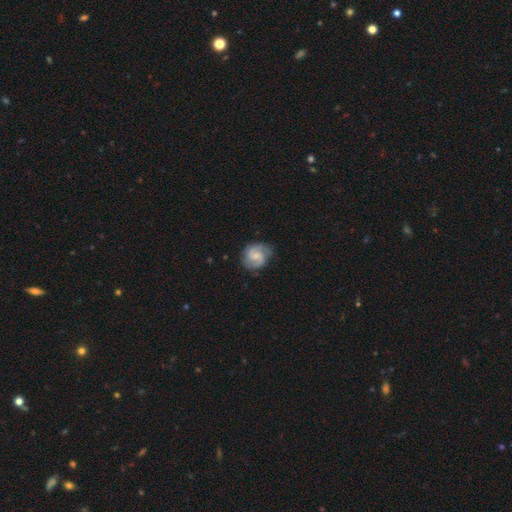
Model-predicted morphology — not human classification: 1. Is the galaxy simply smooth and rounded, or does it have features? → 82% featured or disk, 13% smooth, 5% star or artifact.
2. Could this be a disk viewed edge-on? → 98% no, 2% yes.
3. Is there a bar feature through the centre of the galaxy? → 51% weak, 40% no, 9% strong.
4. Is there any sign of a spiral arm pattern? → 97% yes, 3% no.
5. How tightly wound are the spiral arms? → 52% medium, 33% tight, 15% loose.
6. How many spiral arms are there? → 89% 2, 4% can't tell, 3% 3, 2% 1, 1% 4, 1% more than 4.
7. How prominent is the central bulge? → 54% small, 31% moderate, 13% none, 2% large, 1% dominant.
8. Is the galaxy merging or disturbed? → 79% none, 16% minor disturbance, 4% major disturbance, 1% merger.